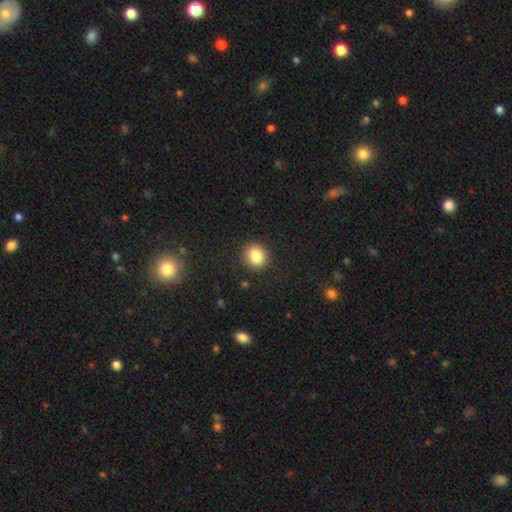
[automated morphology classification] The model was most divided on "how rounded": round: 80%, in between: 19%, cigar-shaped: 1%. More confident: merging — none (89%); smooth or featured — smooth (84%).